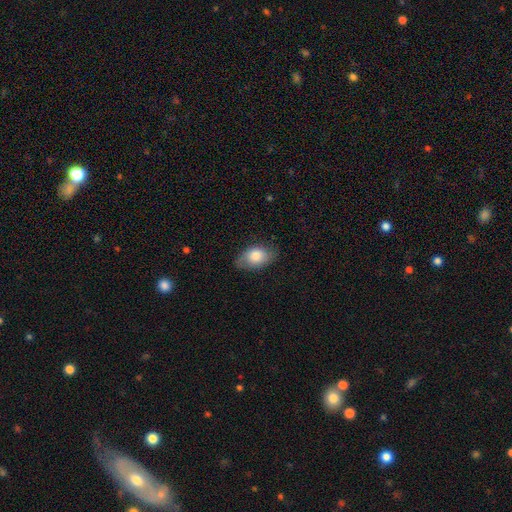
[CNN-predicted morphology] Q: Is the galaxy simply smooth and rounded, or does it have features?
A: smooth — 78%.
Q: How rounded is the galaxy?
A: in between — 88%.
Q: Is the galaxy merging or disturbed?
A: none — 73%.